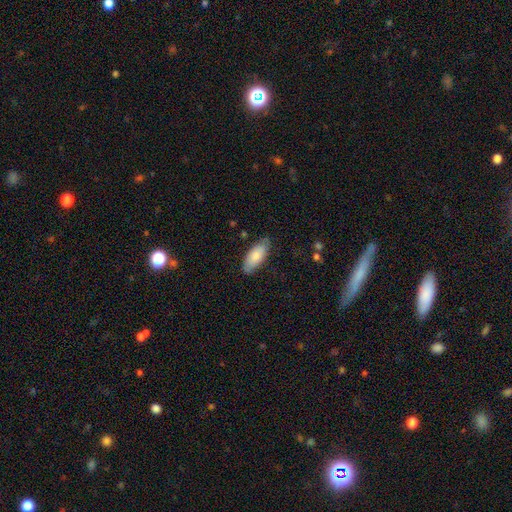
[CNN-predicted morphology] type=smooth (80%); roundness=in between (82%); merging=none (78%).